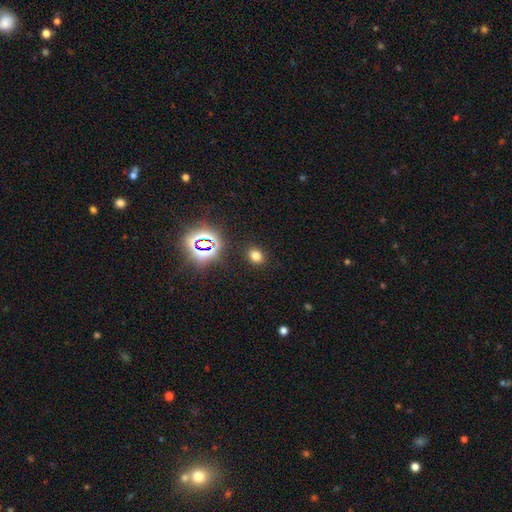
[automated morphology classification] Smooth or featured?
  - smooth: 70% *
  - star or artifact: 23%
  - featured or disk: 7%
How rounded?
  - in between: 50% *
  - round: 49%
  - cigar-shaped: 1%
Merging?
  - none: 88% *
  - minor disturbance: 7%
  - major disturbance: 3%
  - merger: 2%